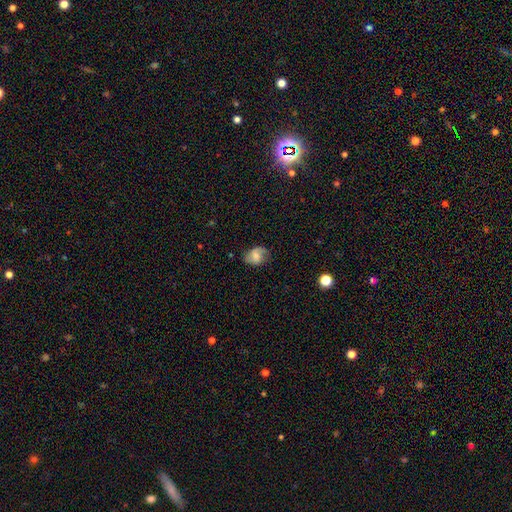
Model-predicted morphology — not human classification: type=featured or disk (48%); merging=none (69%).